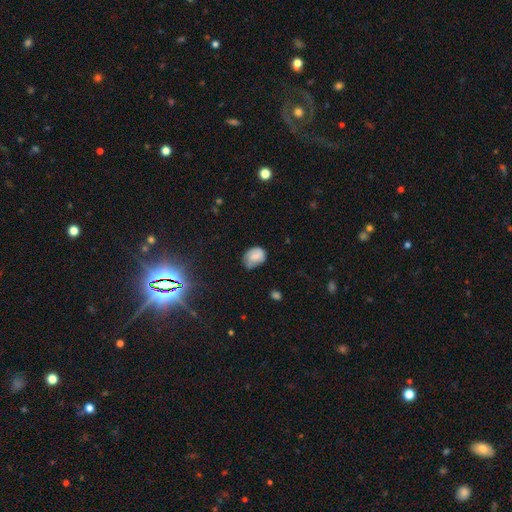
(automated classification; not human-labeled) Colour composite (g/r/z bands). It shows a smooth galaxy with no disk features (67%) that is in between round and cigar-shaped (65%). Merging: none (50%).